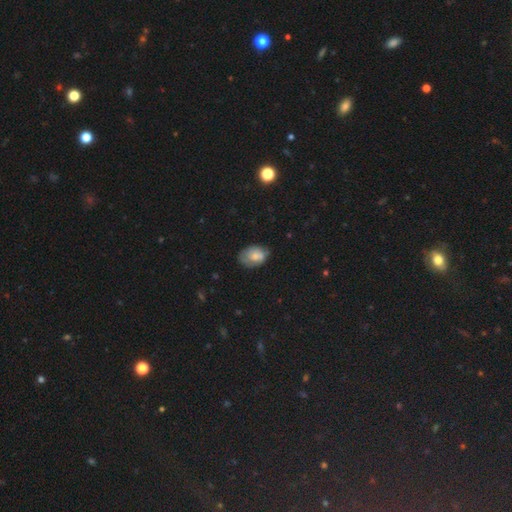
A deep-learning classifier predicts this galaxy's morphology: type=smooth (64%); roundness=in between (80%); merging=none (55%).